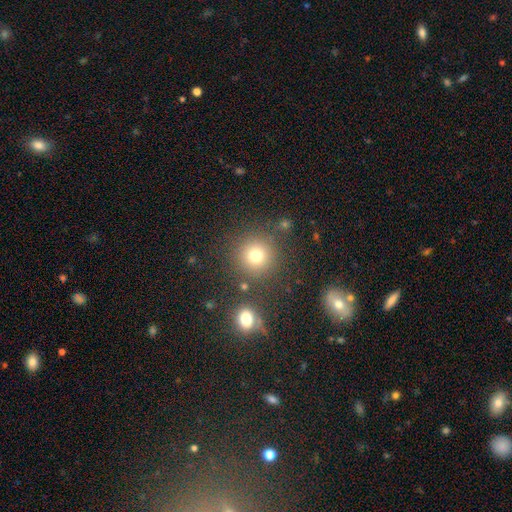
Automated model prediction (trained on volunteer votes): This appears to be a smooth galaxy with no disk features (76%) that is round (94%). Merging: none (83%).